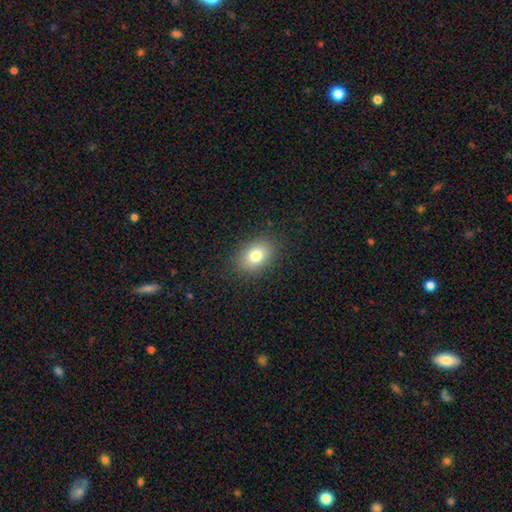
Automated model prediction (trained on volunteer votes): Morphology: type=smooth (79%); roundness=in between (72%); merging=none (87%).